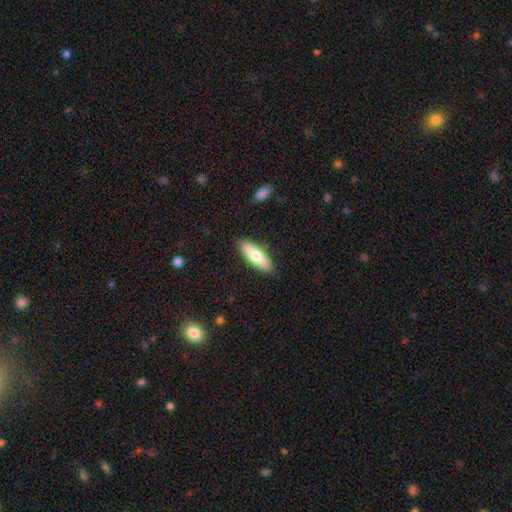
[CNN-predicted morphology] A smooth galaxy with no disk features (69%) that is in between round and cigar-shaped (51%).

Vote fractions:
- Smooth or featured? smooth: 69% / featured or disk: 26% / star or artifact: 6%
- How rounded? in between: 51% / cigar-shaped: 47% / round: 2%
- Merging? none: 87% / minor disturbance: 10% / major disturbance: 2% / merger: 1%